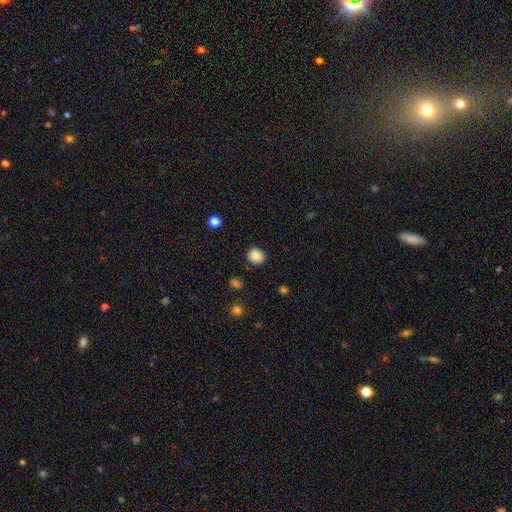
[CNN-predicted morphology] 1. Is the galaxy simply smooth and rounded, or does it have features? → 87% smooth, 10% star or artifact, 3% featured or disk.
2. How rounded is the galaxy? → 79% round, 20% in between, 1% cigar-shaped.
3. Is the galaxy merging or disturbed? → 86% none, 9% minor disturbance, 3% major disturbance, 2% merger.